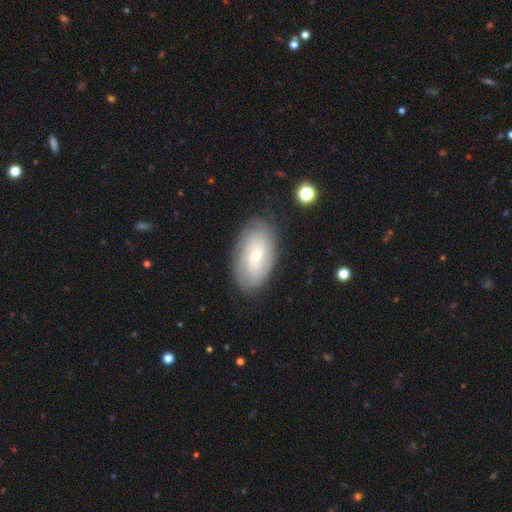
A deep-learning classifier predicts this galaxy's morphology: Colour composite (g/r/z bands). It shows a featured or disk galaxy (62%) with no bar (64%), spiral arms (83%) and a small central bulge (60%). Merging: none (80%).